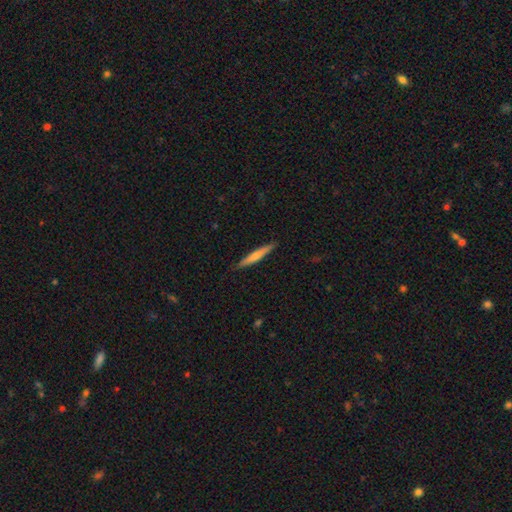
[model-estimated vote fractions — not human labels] A smooth galaxy with no disk features (58%) that is cigar-shaped (94%). Merging: none (89%).